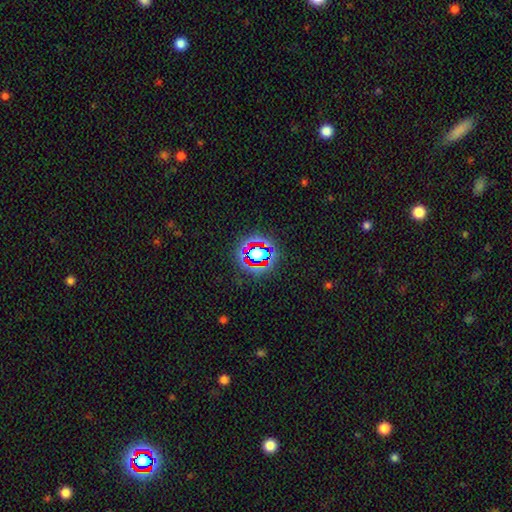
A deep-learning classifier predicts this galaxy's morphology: Smooth or featured?
  - star or artifact: 59% *
  - smooth: 27%
  - featured or disk: 14%